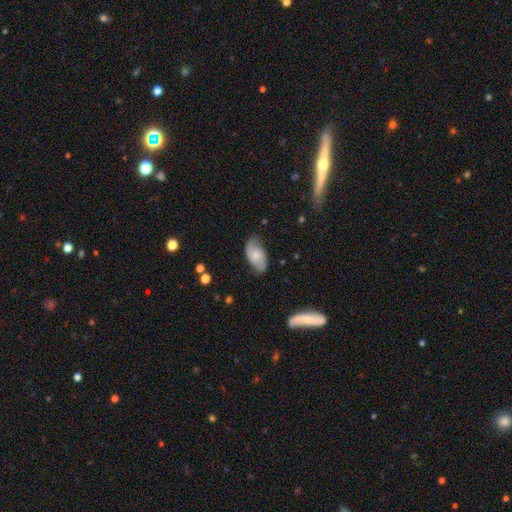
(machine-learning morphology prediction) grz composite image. It shows a featured or disk galaxy (54%) with no bar (69%), spiral arms (87%) and a small central bulge (53%). Merging: none (68%).